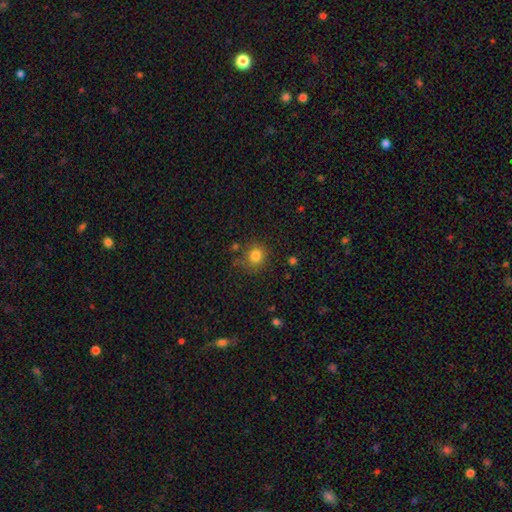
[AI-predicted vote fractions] Smooth or featured?
  - smooth: 81% *
  - star or artifact: 13%
  - featured or disk: 6%
How rounded?
  - round: 83% *
  - in between: 16%
  - cigar-shaped: 1%
Merging?
  - none: 75% *
  - minor disturbance: 15%
  - major disturbance: 5%
  - merger: 5%